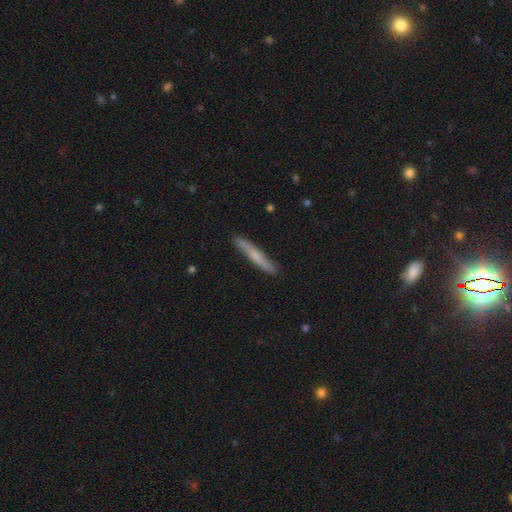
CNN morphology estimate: A smooth galaxy with no disk features (57%) that is cigar-shaped (95%).

Vote fractions:
- Smooth or featured? smooth: 57% / featured or disk: 37% / star or artifact: 6%
- How rounded? cigar-shaped: 95% / in between: 3% / round: 1%
- Merging? none: 88% / minor disturbance: 9% / major disturbance: 1% / merger: 1%